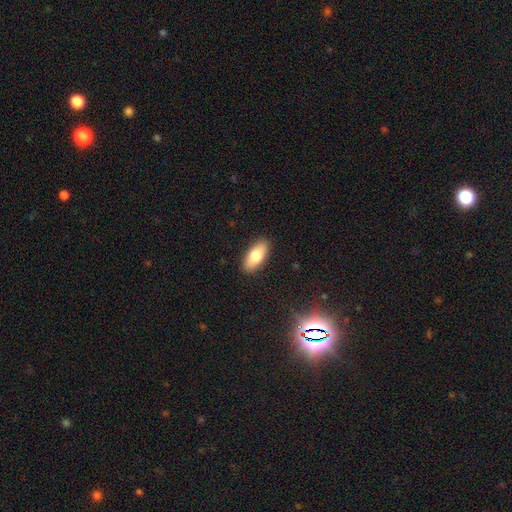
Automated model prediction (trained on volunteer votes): Smooth or featured? smooth (77%)
How rounded? in between (86%)
Merging? none (89%)